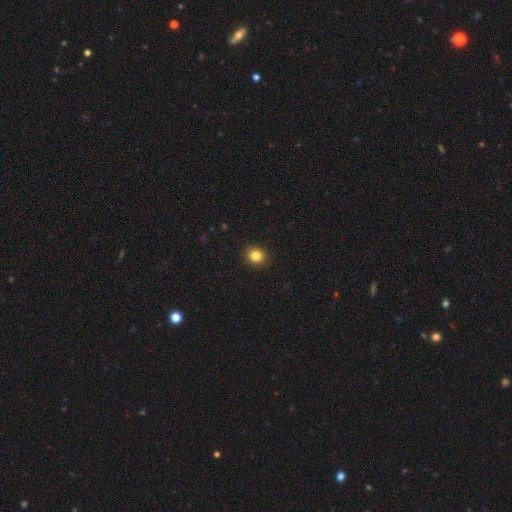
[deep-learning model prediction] A smooth galaxy with no disk features (84%) that is round (82%).

Vote fractions:
- Smooth or featured? smooth: 84% / star or artifact: 11% / featured or disk: 5%
- How rounded? round: 82% / in between: 18% / cigar-shaped: 1%
- Merging? none: 92% / minor disturbance: 5% / major disturbance: 2% / merger: 1%